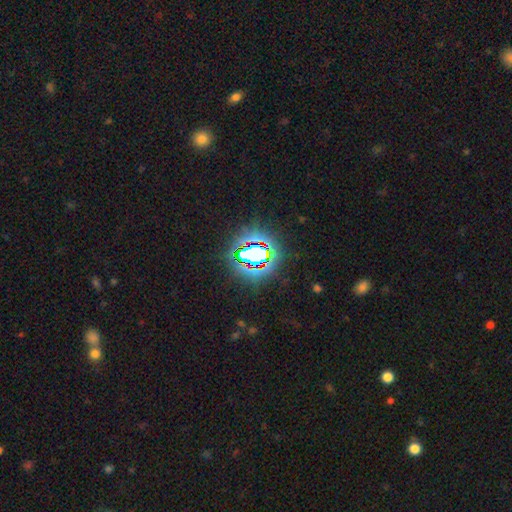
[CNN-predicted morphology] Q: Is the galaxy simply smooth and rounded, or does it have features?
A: star or artifact — 70%.